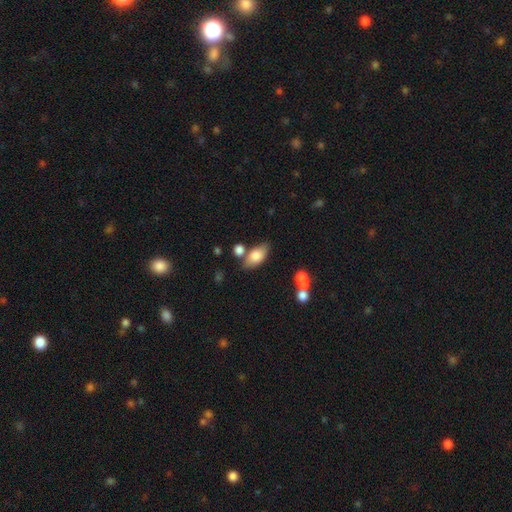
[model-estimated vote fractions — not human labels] Smooth or featured: smooth — 78% (featured or disk — 15%)
How rounded: in between — 89% (cigar-shaped — 6%)
Merging: none — 66% (merger — 15%)